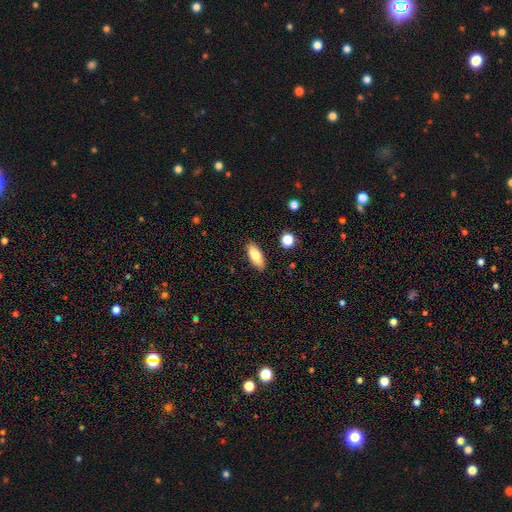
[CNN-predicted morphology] Overall: smooth (76%). How rounded: in between (81%). Merging: none (87%).